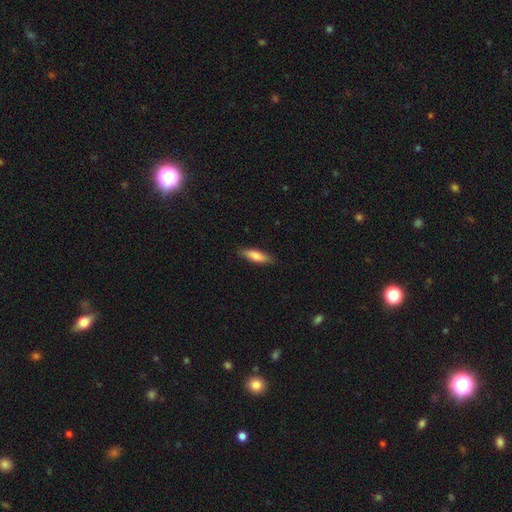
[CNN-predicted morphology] type=smooth (79%); roundness=cigar-shaped (57%); merging=none (86%).